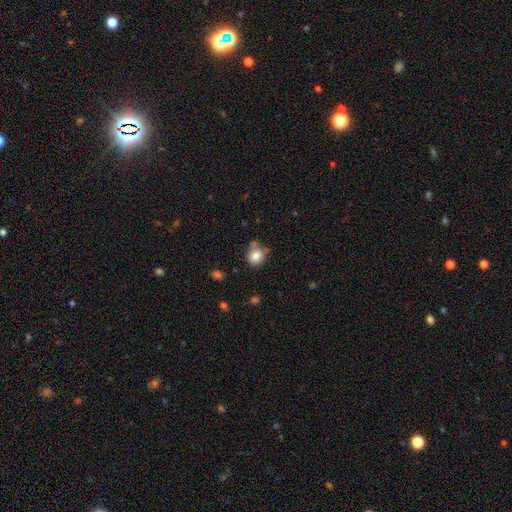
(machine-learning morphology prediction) Overall: smooth (82%). How rounded: round (76%). Merging: none (61%).